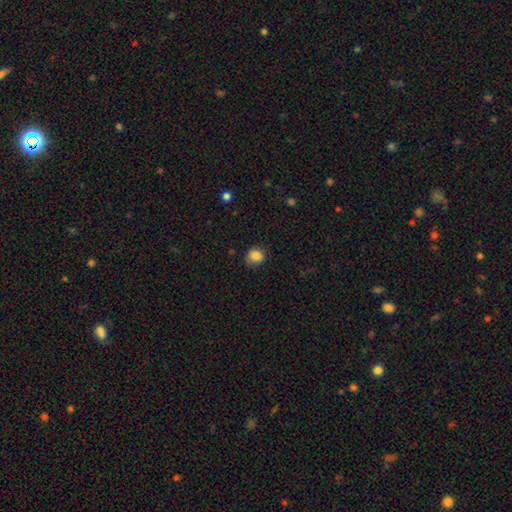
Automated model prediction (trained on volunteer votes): Smooth or featured?
  - smooth: 84% *
  - star or artifact: 10%
  - featured or disk: 6%
How rounded?
  - round: 67% *
  - in between: 32%
  - cigar-shaped: 1%
Merging?
  - none: 72% *
  - minor disturbance: 22%
  - major disturbance: 5%
  - merger: 1%